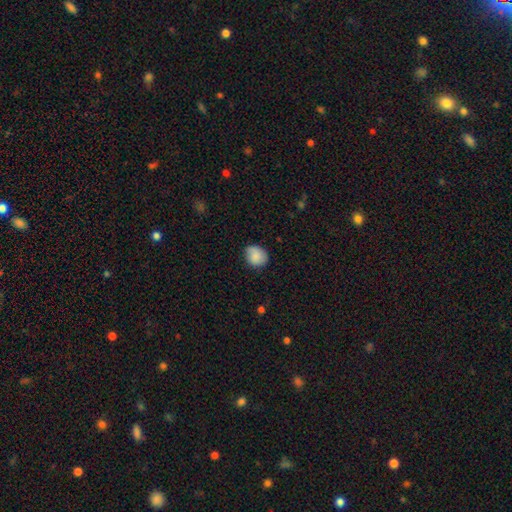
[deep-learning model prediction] Smooth or featured? Predicted: smooth (p=0.83). How rounded? Predicted: round (p=0.73). Merging? Predicted: none (p=0.71).